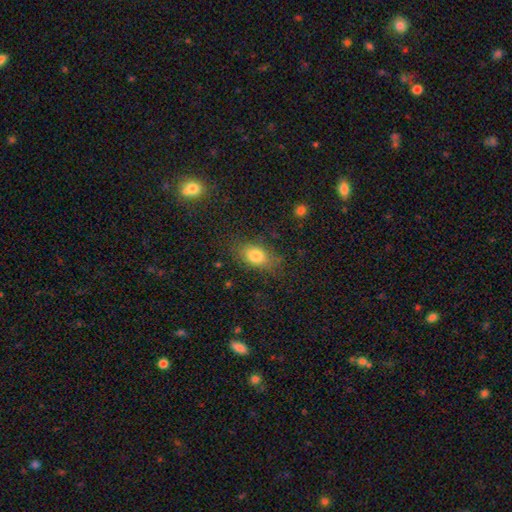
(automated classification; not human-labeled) Overall: smooth (80%). How rounded: in between (82%). Merging: none (75%).